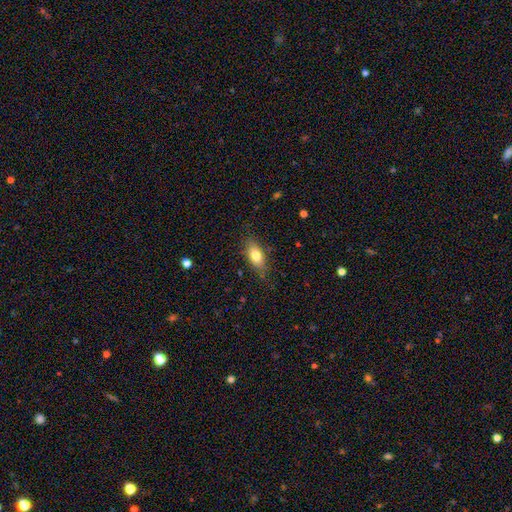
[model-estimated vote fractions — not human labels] Q: Smooth or featured?
A: smooth (77%); runner-up: featured or disk (16%)
Q: How rounded?
A: in between (83%); runner-up: cigar-shaped (12%)
Q: Merging?
A: none (77%); runner-up: minor disturbance (18%)